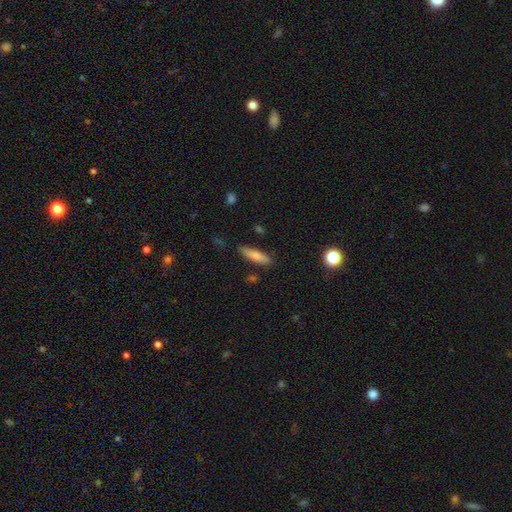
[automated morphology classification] type=smooth (78%); roundness=cigar-shaped (67%); merging=none (83%).